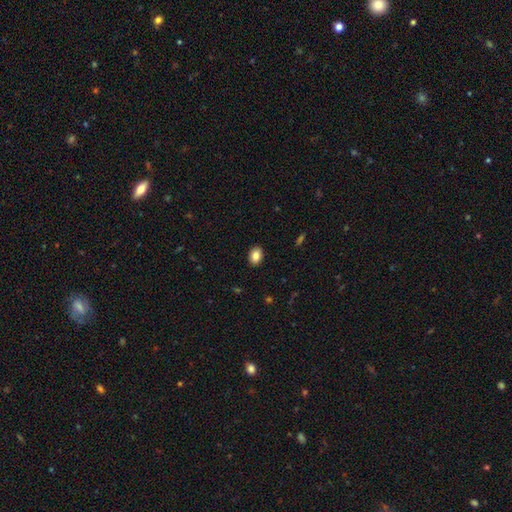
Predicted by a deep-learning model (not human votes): Smooth or featured? Predicted: smooth (p=0.84). How rounded? Predicted: in between (p=0.77). Merging? Predicted: none (p=0.90).